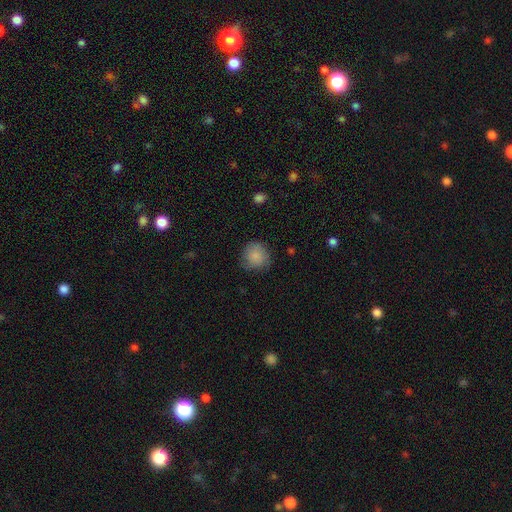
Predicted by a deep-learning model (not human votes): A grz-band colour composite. It shows a smooth galaxy with no disk features (84%) that is round (88%). Merging: none (73%).